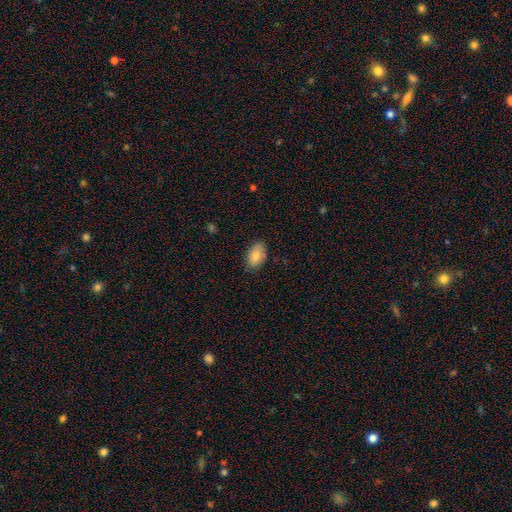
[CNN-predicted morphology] Smooth or featured? smooth (85%)
How rounded? in between (91%)
Merging? none (81%)